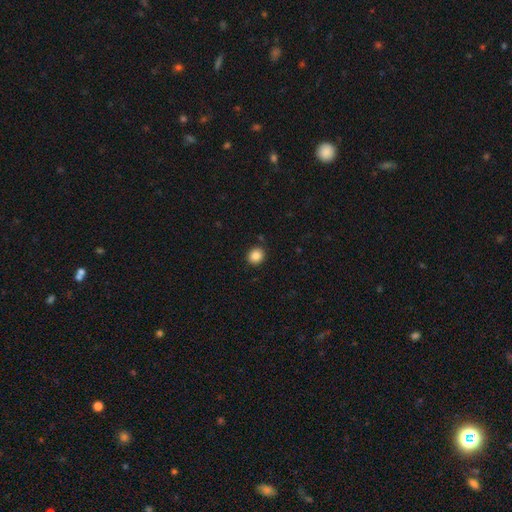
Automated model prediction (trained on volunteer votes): Overall: smooth (87%). How rounded: round (79%). Merging: none (89%).